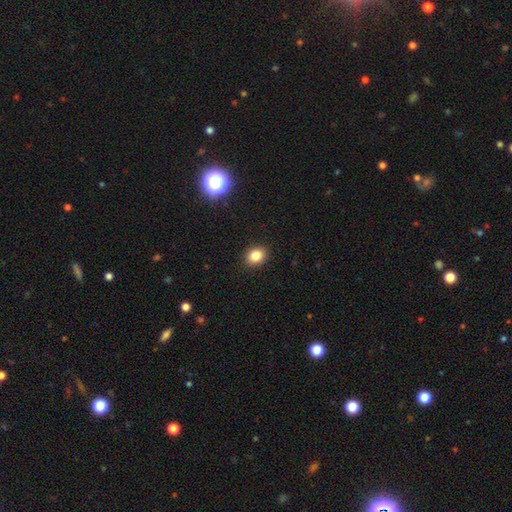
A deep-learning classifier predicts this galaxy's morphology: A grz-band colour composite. It shows a smooth galaxy with no disk features (84%) that is in between round and cigar-shaped (52%). Merging: none (90%).